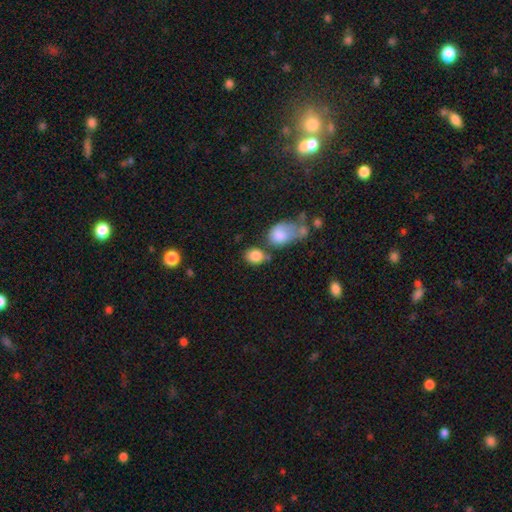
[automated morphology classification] smooth 83%, star or artifact 9%, featured or disk 9%. Down the decision tree: how rounded — round (51%); merging — none (45%).